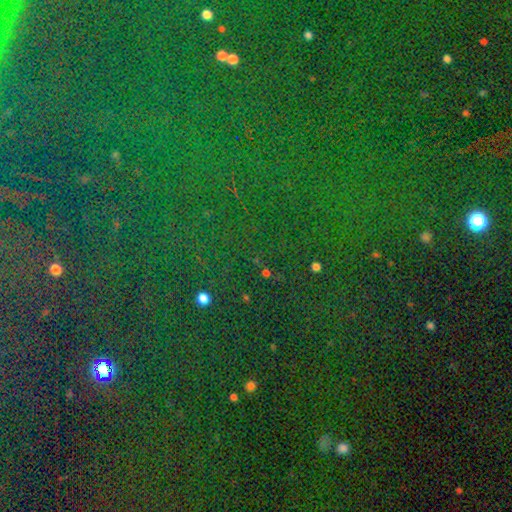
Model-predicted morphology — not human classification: A star or artifact, not a galaxy (82%).

Vote fractions:
- Smooth or featured? star or artifact: 82% / smooth: 10% / featured or disk: 8%